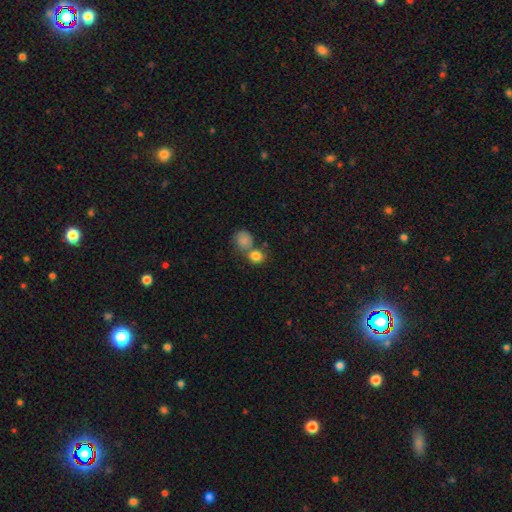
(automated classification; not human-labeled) Overall: smooth (82%). How rounded: round (75%). Merging: merger (45%; none 43%).